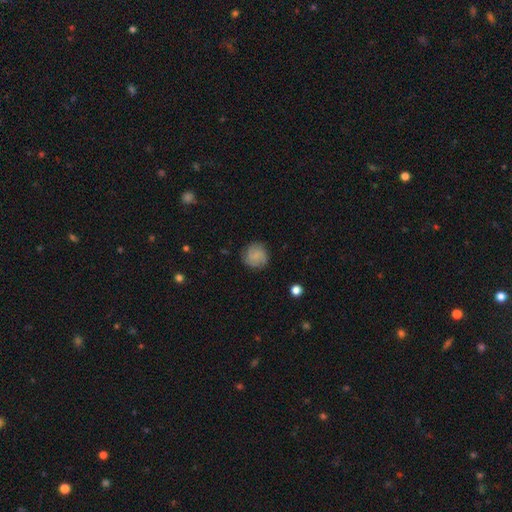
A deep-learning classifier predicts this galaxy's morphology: A smooth galaxy with no disk features (64%) that is round (88%). Merging: none (81%).